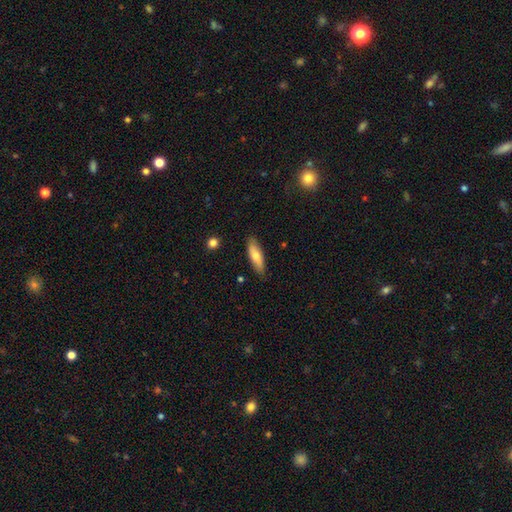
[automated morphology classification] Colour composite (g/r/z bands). It shows a smooth galaxy with no disk features (69%) that is cigar-shaped (51%). Merging: none (85%).